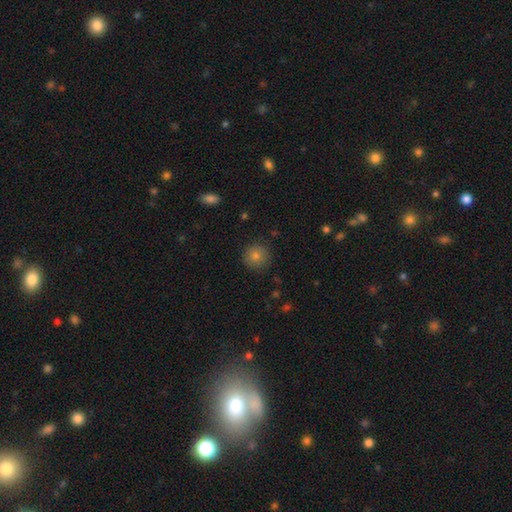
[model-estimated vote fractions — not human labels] The model was most divided on "smooth or featured": smooth: 80%, star or artifact: 12%, featured or disk: 9%. More confident: how rounded — round (94%); merging — none (88%).